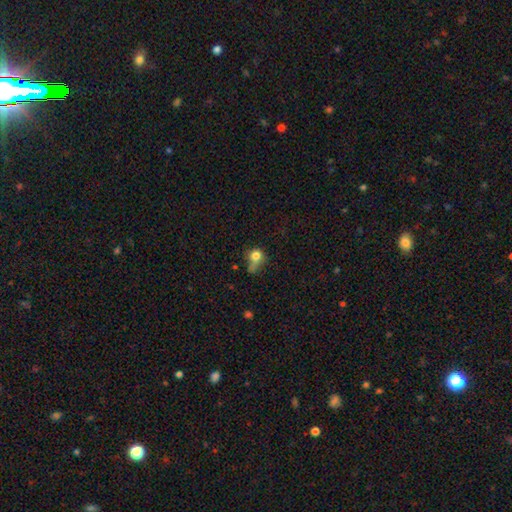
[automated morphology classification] This appears to be a smooth galaxy with no disk features (75%) that is round (71%). Merging: none (32%).